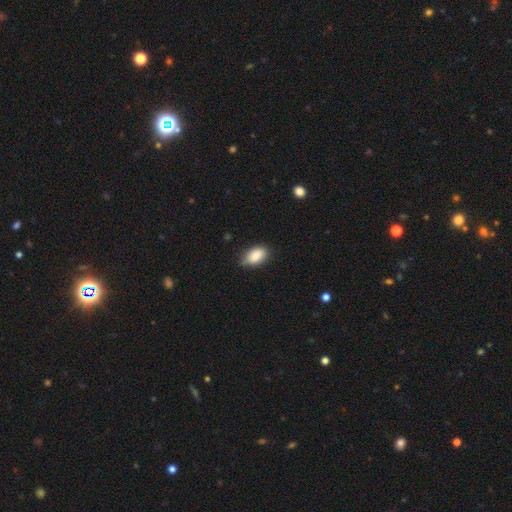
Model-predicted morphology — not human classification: Overall: smooth (87%). How rounded: in between (91%). Merging: none (67%; minor disturbance 28%).